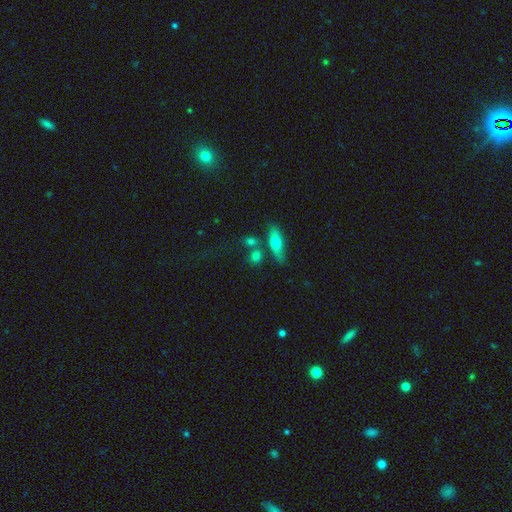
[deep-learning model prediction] Morphology: type=smooth (73%); roundness=round (43%); merging=none (63%).